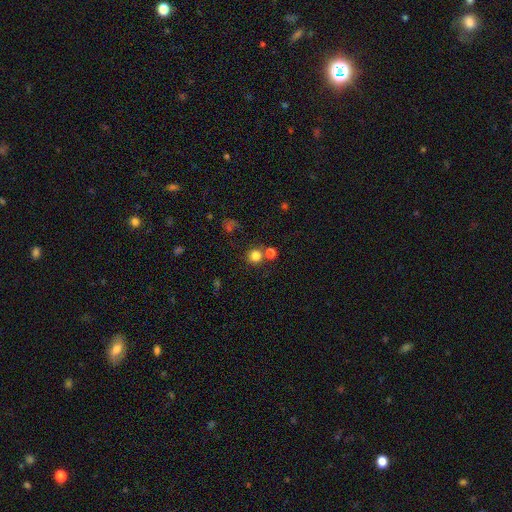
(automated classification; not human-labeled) A smooth galaxy with no disk features (79%) that is round (90%).

Vote fractions:
- Smooth or featured? smooth: 79% / star or artifact: 15% / featured or disk: 7%
- How rounded? round: 90% / in between: 9% / cigar-shaped: 1%
- Merging? none: 69% / merger: 18% / minor disturbance: 9% / major disturbance: 4%